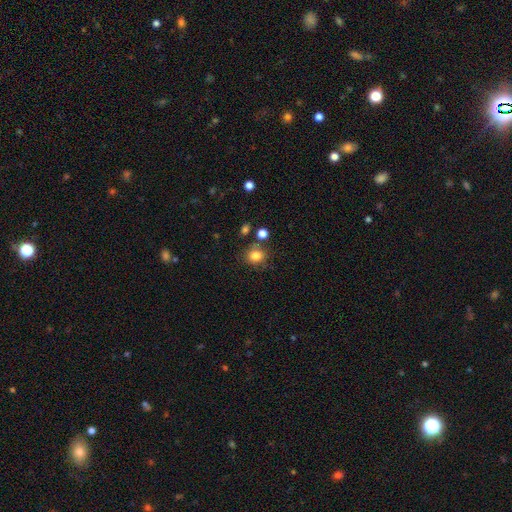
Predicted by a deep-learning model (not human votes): Smooth or featured: smooth — 81% (star or artifact — 12%)
How rounded: round — 74% (in between — 25%)
Merging: none — 72% (minor disturbance — 15%)